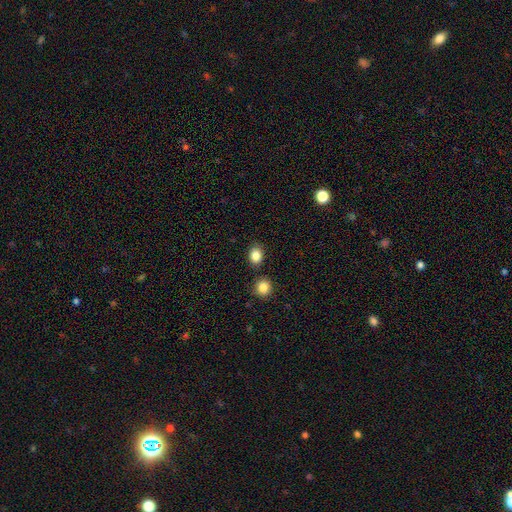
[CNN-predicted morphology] A smooth galaxy with no disk features (86%) that is in between round and cigar-shaped (52%). Merging: none (81%).